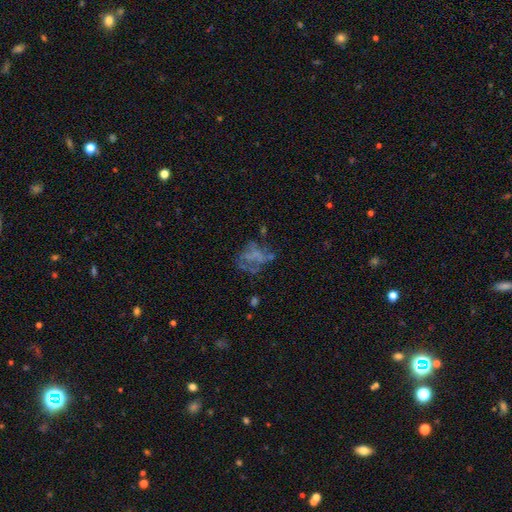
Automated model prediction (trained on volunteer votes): Q: Smooth or featured?
A: featured or disk (51%); runner-up: smooth (29%)
Q: Edge-on disk?
A: no (98%); runner-up: yes (2%)
Q: Bar?
A: no (88%); runner-up: weak (8%)
Q: Spiral arms?
A: no (87%); runner-up: yes (13%)
Q: Bulge size?
A: none (81%); runner-up: small (10%)
Q: Merging?
A: none (41%); runner-up: major disturbance (33%)